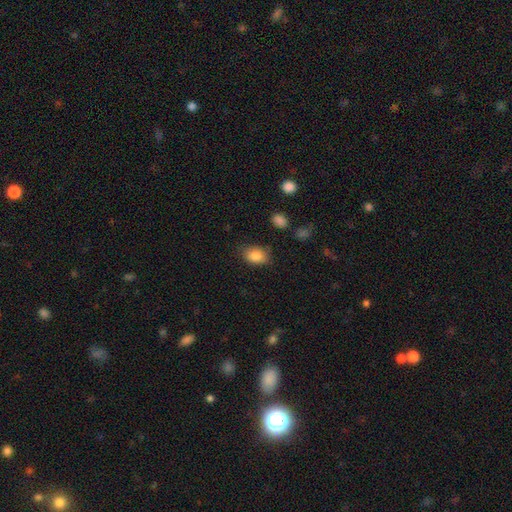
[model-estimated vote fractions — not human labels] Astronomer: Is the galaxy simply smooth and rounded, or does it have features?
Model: smooth — 85%.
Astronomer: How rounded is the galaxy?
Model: in between — 81%.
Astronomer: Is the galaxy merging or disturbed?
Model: none — 78%.